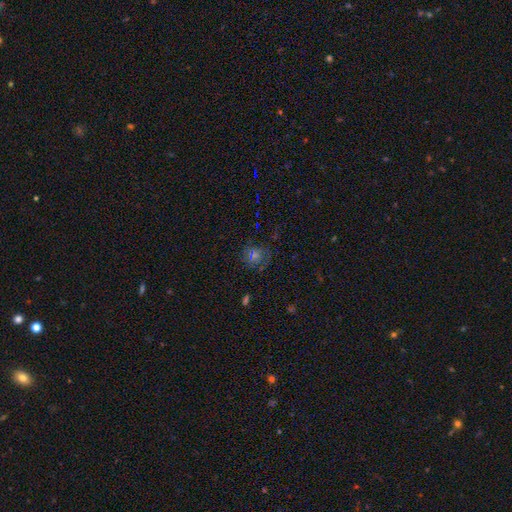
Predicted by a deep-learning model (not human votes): Morphology: type=smooth (37%); merging=none (66%).